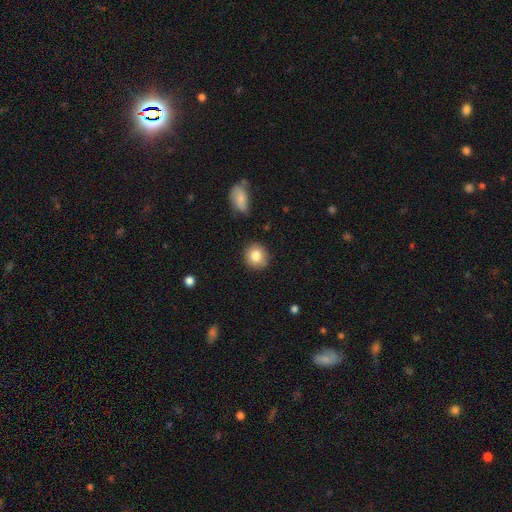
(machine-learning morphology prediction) Smooth or featured? Predicted: smooth (p=0.83). How rounded? Predicted: round (p=0.85). Merging? Predicted: none (p=0.86).